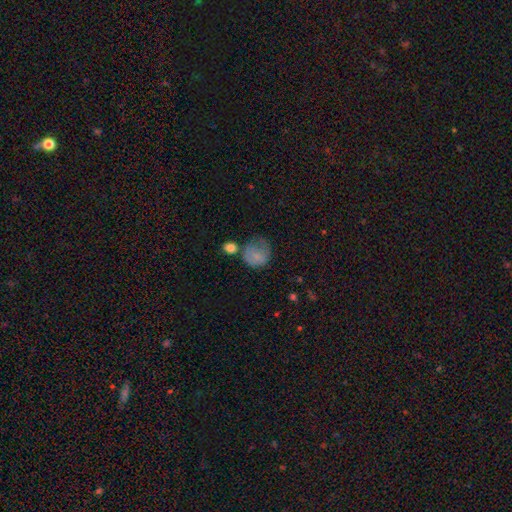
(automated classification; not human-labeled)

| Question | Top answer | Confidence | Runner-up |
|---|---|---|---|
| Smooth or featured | smooth | 73% | featured or disk (17%) |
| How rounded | round | 74% | in between (25%) |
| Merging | none | 36% | minor disturbance (30%) |